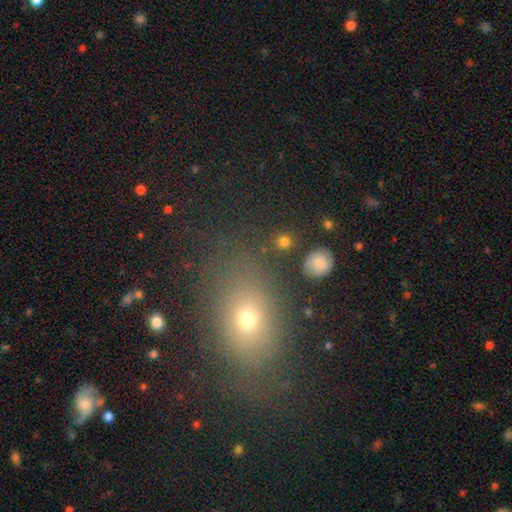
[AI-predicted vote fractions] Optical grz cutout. It shows a smooth galaxy with no disk features (62%) that is in between round and cigar-shaped (66%). Merging: none (78%).